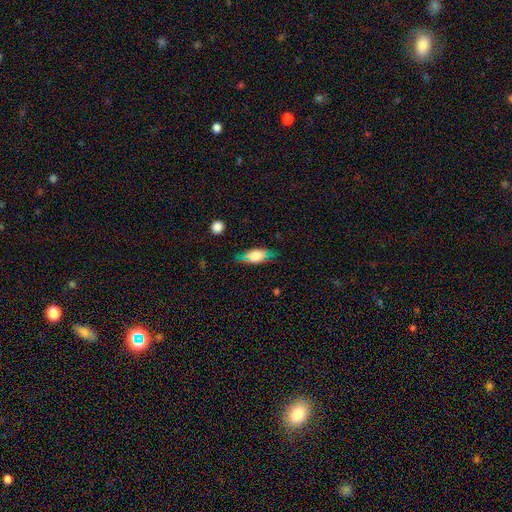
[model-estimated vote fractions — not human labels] smooth 65%, featured or disk 27%, star or artifact 8%. Down the decision tree: how rounded — in between (73%); merging — none (76%).